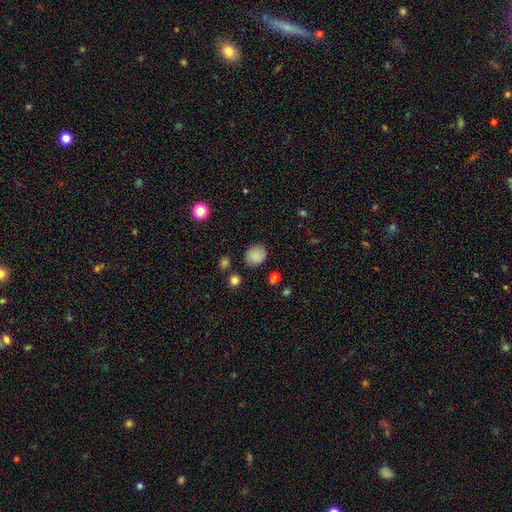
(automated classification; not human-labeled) smooth_or_featured: smooth (p=0.85) [alt: star or artifact p=0.09]
how_rounded: round (p=0.80) [alt: in between p=0.19]
merging: none (p=0.84) [alt: minor disturbance p=0.11]